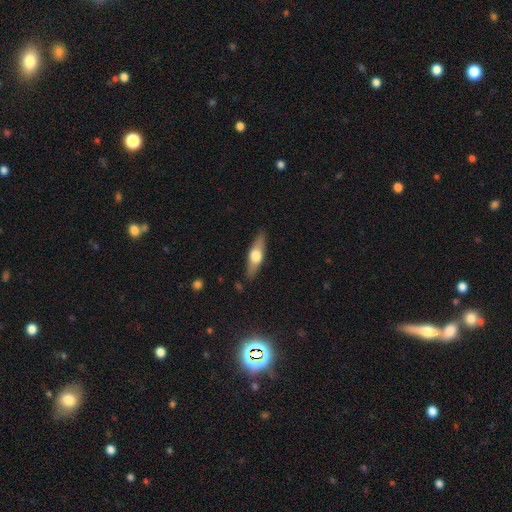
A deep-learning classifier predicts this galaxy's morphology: Overall: featured or disk (49%; smooth 45%). Merging: none (86%).